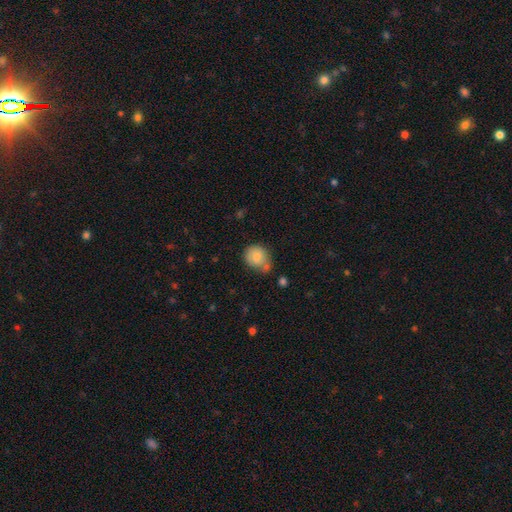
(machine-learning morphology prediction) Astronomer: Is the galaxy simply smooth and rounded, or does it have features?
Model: smooth — 80%.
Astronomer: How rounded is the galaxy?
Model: round — 66%.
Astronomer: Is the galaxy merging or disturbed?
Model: none — 52%.